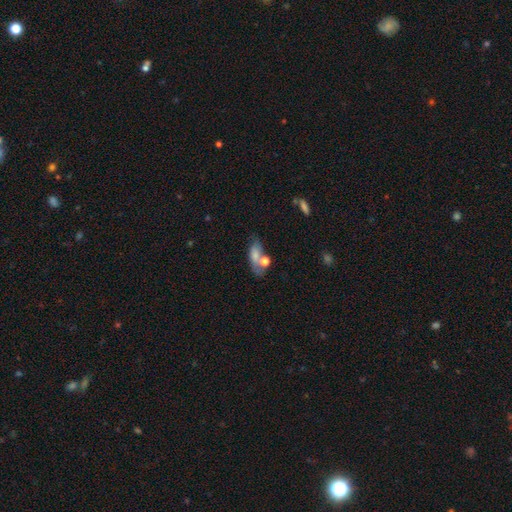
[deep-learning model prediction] Morphology: type=smooth (65%); roundness=in between (78%); merging=none (44%).